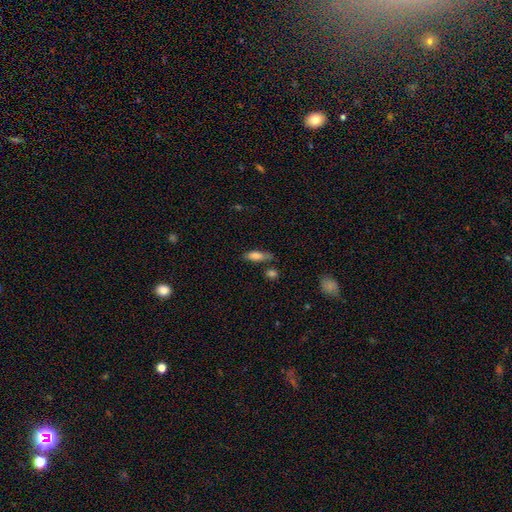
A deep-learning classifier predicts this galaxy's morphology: A smooth galaxy with no disk features (78%) that is in between round and cigar-shaped (63%). Merging: none (61%).